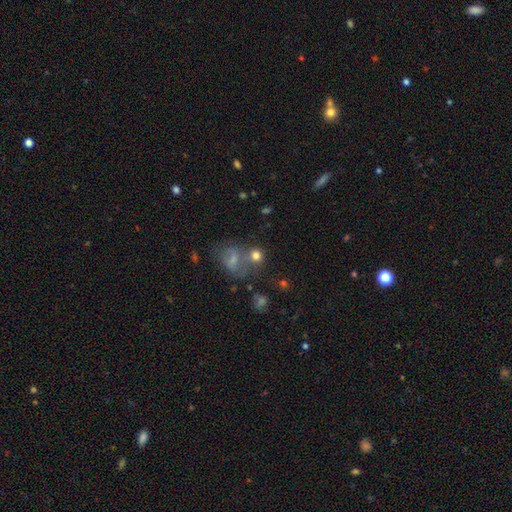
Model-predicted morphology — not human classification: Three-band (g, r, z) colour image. It shows a smooth galaxy with no disk features (74%) that is round (76%). Merging: none (47%).